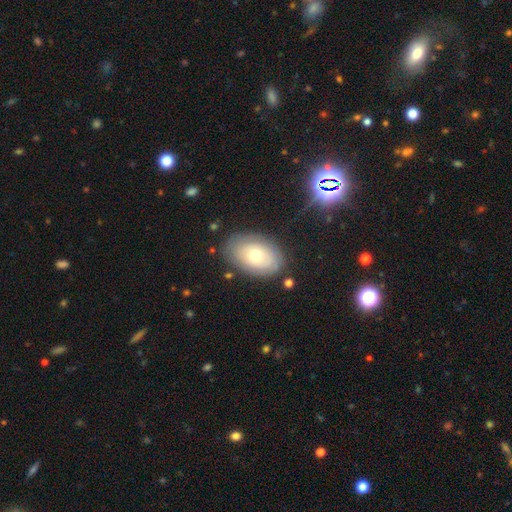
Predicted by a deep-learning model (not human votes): A smooth galaxy with no disk features (53%) that is in between round and cigar-shaped (87%).

Vote fractions:
- Smooth or featured? smooth: 53% / featured or disk: 38% / star or artifact: 9%
- How rounded? in between: 87% / round: 12% / cigar-shaped: 1%
- Merging? none: 79% / minor disturbance: 15% / major disturbance: 5% / merger: 2%